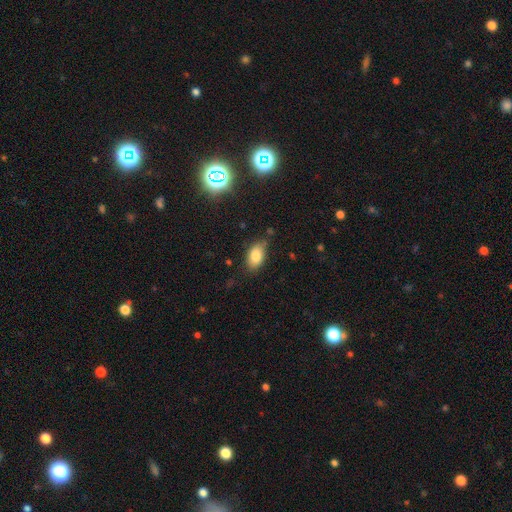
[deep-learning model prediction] Smooth or featured: smooth — 83% (star or artifact — 9%)
How rounded: in between — 90% (round — 7%)
Merging: none — 74% (minor disturbance — 19%)